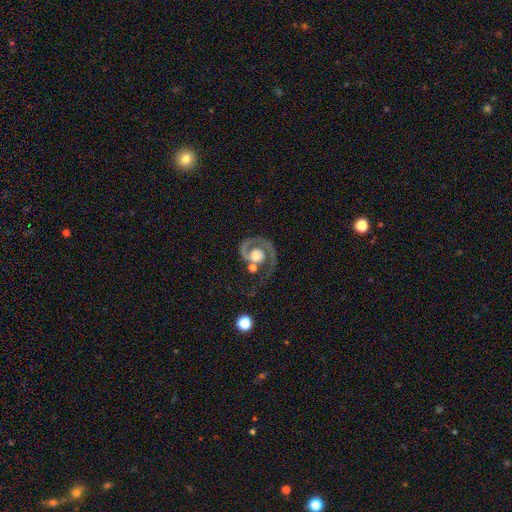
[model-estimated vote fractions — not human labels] Smooth or featured? Predicted: featured or disk (p=0.83). Edge-on disk? Predicted: no (p=0.98). Bar? Predicted: no (p=0.78). Spiral arms? Predicted: yes (p=0.91). Spiral winding? Predicted: tight (p=0.53). Spiral arm count? Predicted: 1 (p=0.80). Bulge size? Predicted: moderate (p=0.37, tied with large). Merging? Predicted: none (p=0.47).